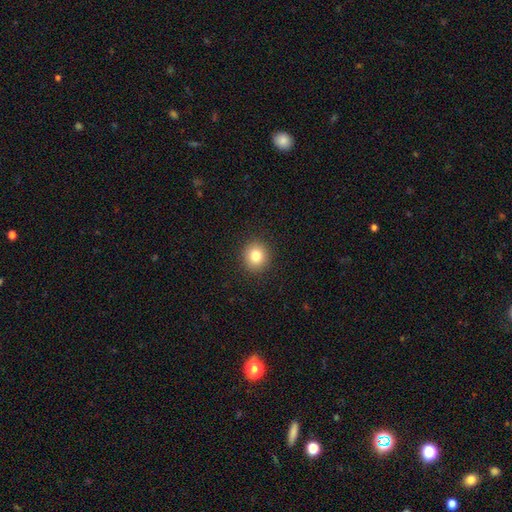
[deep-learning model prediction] A smooth galaxy with no disk features (81%) that is round (89%).

Vote fractions:
- Smooth or featured? smooth: 81% / star or artifact: 11% / featured or disk: 8%
- How rounded? round: 89% / in between: 10% / cigar-shaped: 1%
- Merging? none: 92% / minor disturbance: 5% / major disturbance: 2% / merger: 1%